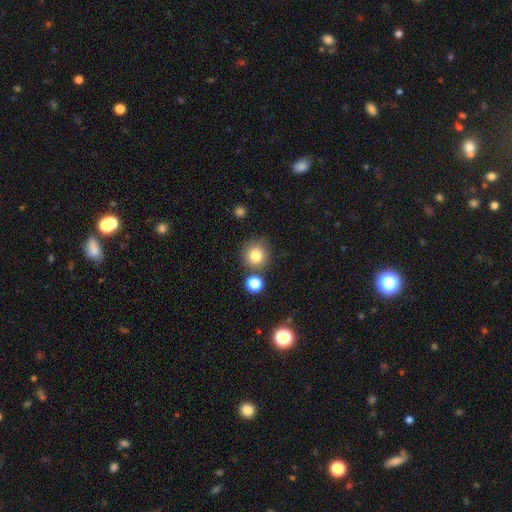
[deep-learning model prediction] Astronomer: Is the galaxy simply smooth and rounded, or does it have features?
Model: smooth — 81%.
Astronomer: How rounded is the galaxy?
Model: round — 92%.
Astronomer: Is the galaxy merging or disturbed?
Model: none — 76%.